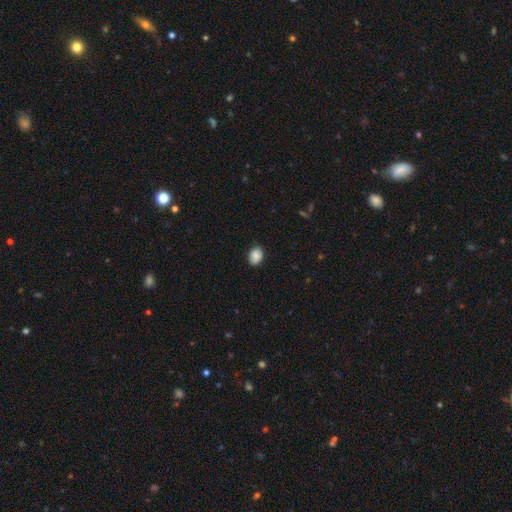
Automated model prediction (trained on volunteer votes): A smooth galaxy with no disk features (88%) that is in between round and cigar-shaped (67%).

Vote fractions:
- Smooth or featured? smooth: 88% / star or artifact: 8% / featured or disk: 4%
- How rounded? in between: 67% / round: 32% / cigar-shaped: 1%
- Merging? none: 82% / minor disturbance: 14% / major disturbance: 2% / merger: 1%